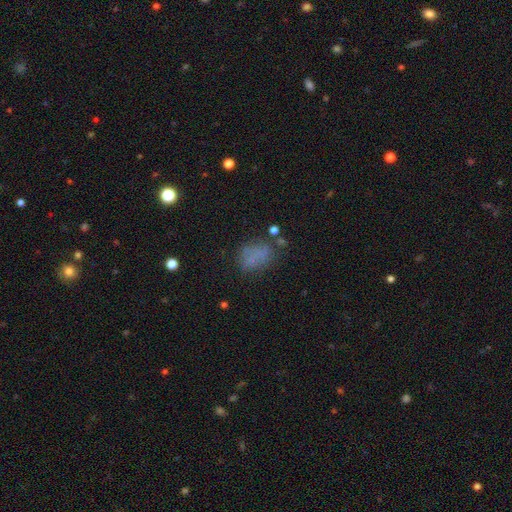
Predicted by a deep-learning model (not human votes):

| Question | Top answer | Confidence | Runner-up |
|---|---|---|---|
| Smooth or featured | smooth | 65% | star or artifact (18%) |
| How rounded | in between | 72% | round (26%) |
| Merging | none | 56% | minor disturbance (22%) |